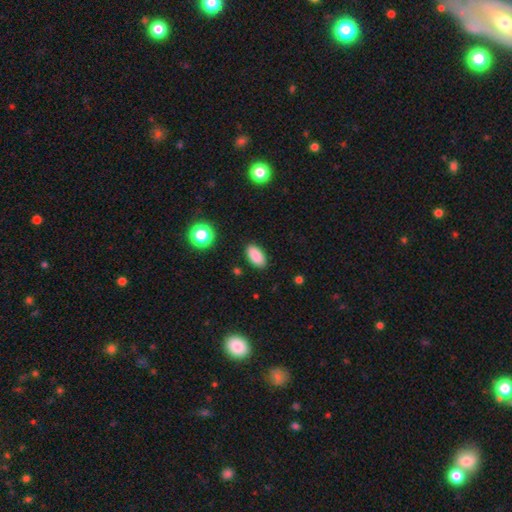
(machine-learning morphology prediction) Q: Smooth or featured?
A: smooth (87%); runner-up: star or artifact (9%)
Q: How rounded?
A: in between (92%); runner-up: cigar-shaped (4%)
Q: Merging?
A: none (89%); runner-up: minor disturbance (8%)